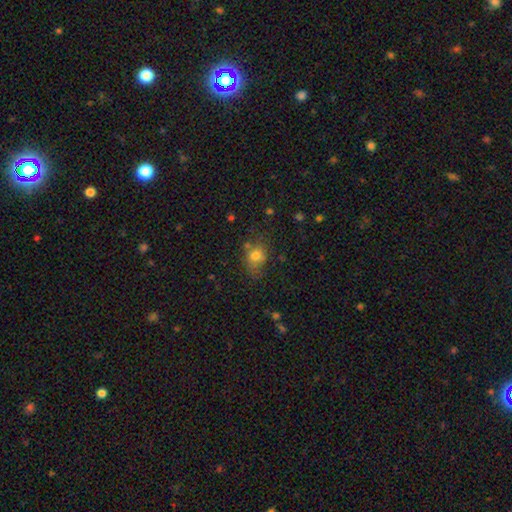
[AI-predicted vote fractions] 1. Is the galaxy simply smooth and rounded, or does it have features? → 75% smooth, 14% star or artifact, 12% featured or disk.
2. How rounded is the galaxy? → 53% round, 46% in between, 2% cigar-shaped.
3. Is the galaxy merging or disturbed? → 62% none, 22% minor disturbance, 9% major disturbance, 7% merger.